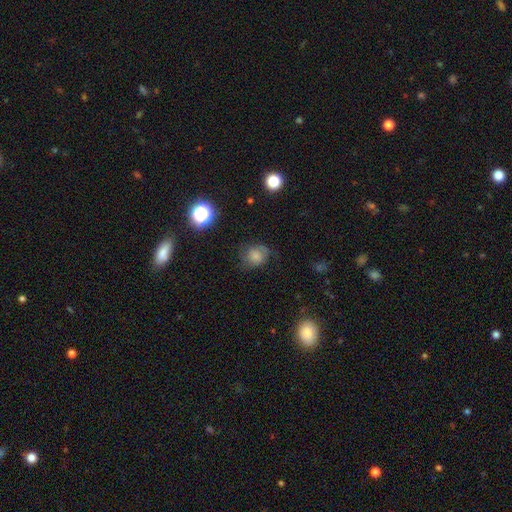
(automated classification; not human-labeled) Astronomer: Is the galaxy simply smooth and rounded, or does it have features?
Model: smooth — 70%.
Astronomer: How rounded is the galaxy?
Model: round — 67%.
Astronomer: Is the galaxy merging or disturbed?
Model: none — 62%.